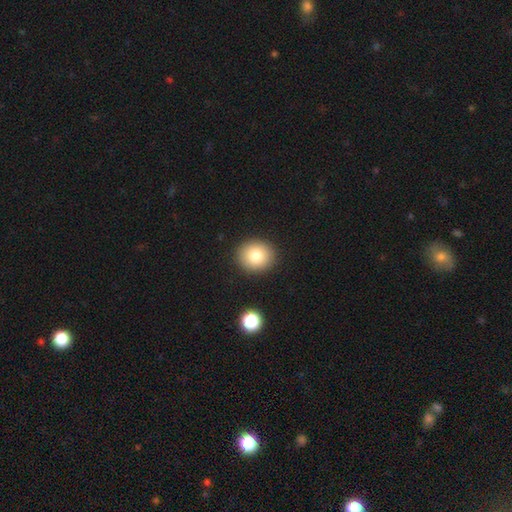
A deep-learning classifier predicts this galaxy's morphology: Smooth or featured? smooth (81%)
How rounded? round (75%)
Merging? none (90%)